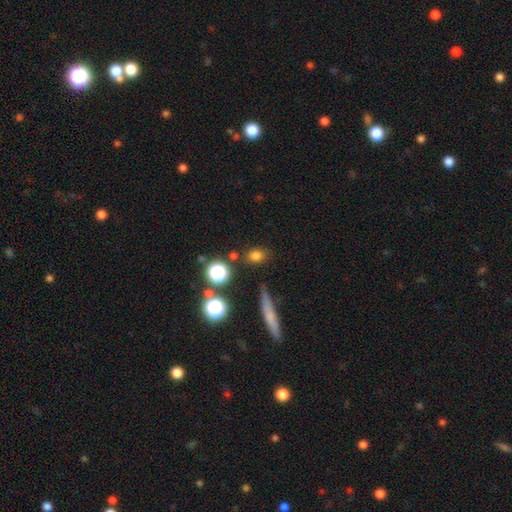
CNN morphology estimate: Smooth or featured?
  - smooth: 76% *
  - star or artifact: 16%
  - featured or disk: 8%
How rounded?
  - round: 49% *
  - in between: 46%
  - cigar-shaped: 5%
Merging?
  - none: 81% *
  - minor disturbance: 11%
  - merger: 5%
  - major disturbance: 4%